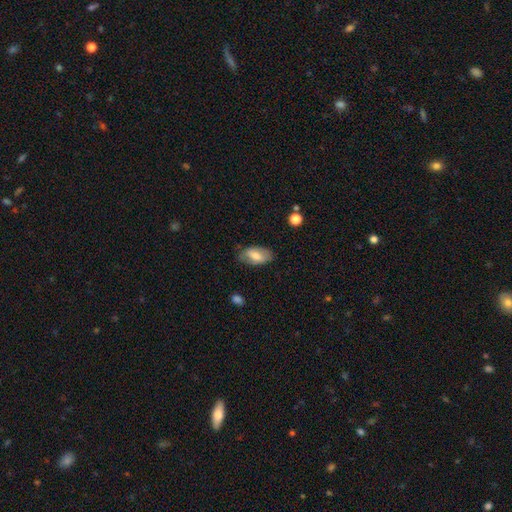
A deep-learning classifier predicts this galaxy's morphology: Overall: smooth (64%; featured or disk 29%). How rounded: in between (92%). Merging: none (74%).